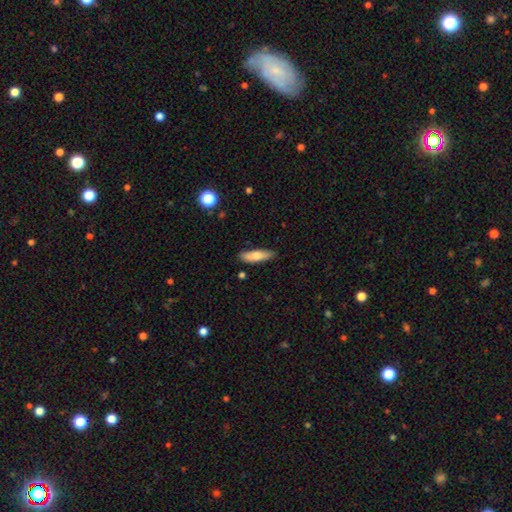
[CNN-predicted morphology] This is likely a smooth galaxy (75%). How rounded: likely cigar-shaped (60%). Merging: clearly none (84%).